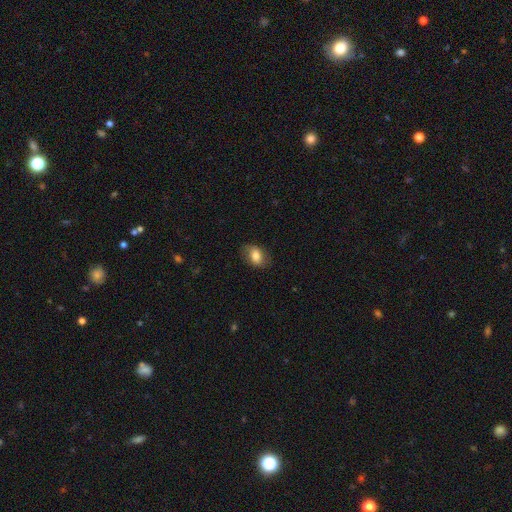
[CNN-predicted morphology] smooth-or-featured: smooth: 74% | featured or disk: 18% | star or artifact: 8%
  how-rounded: in between: 78% | round: 20% | cigar-shaped: 1%
  merging: none: 75% | minor disturbance: 18% | major disturbance: 5% | merger: 1%